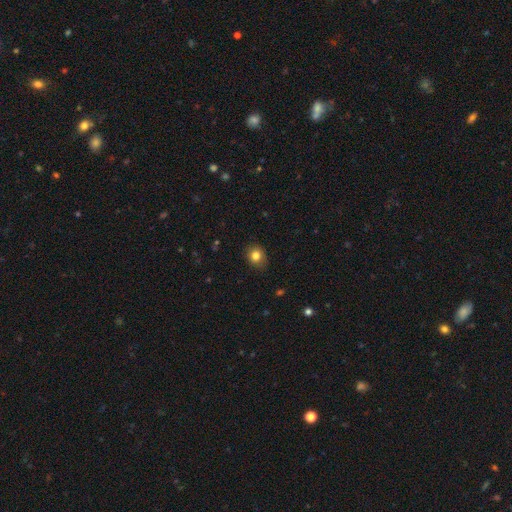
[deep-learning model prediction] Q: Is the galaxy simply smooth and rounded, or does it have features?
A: smooth — 82%.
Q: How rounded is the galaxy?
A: round — 67%.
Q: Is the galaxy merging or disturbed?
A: none — 84%.